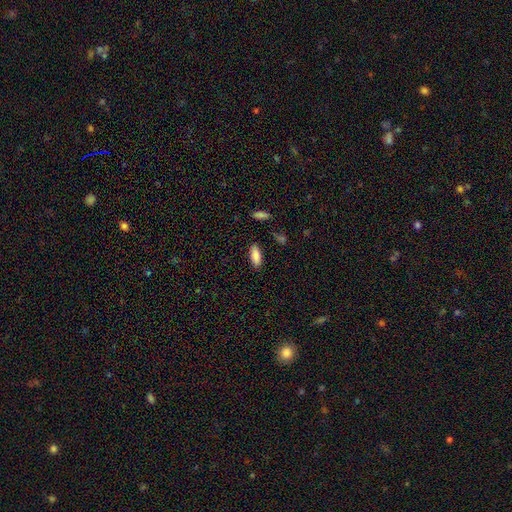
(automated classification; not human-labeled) Morphology: type=smooth (87%); roundness=in between (82%); merging=none (86%).